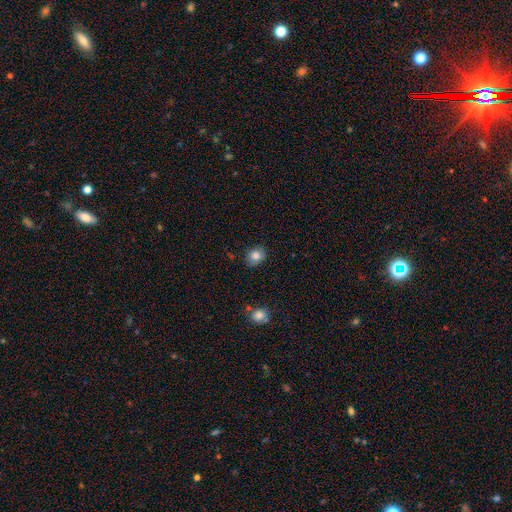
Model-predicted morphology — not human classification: This appears to be a smooth galaxy with no disk features (84%) that is round (54%). Merging: none (81%).